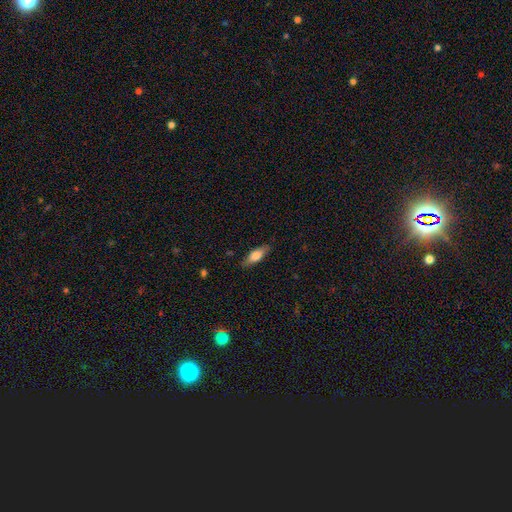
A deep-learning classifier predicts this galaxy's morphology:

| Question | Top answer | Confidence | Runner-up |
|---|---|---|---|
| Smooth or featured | smooth | 68% | featured or disk (25%) |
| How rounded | in between | 58% | cigar-shaped (39%) |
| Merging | none | 84% | minor disturbance (13%) |